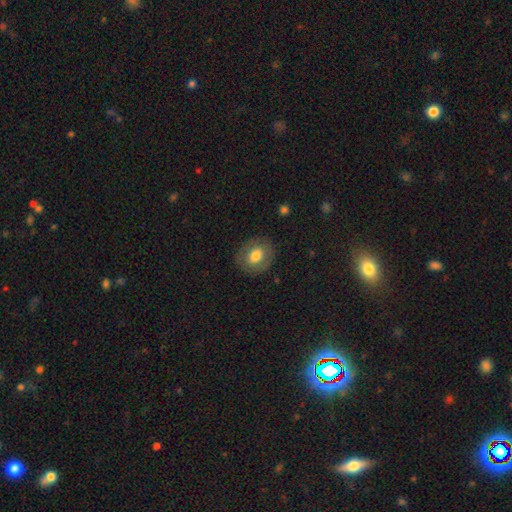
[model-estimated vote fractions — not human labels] smooth-or-featured: smooth: 73% | featured or disk: 19% | star or artifact: 8%
  how-rounded: round: 53% | in between: 46% | cigar-shaped: 1%
  merging: none: 85% | minor disturbance: 10% | major disturbance: 4% | merger: 1%